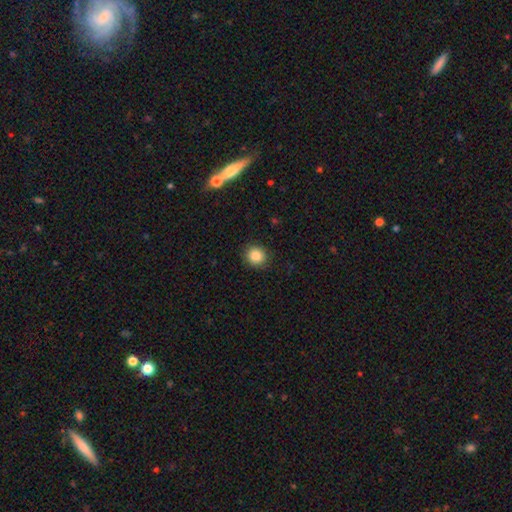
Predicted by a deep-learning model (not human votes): This appears to be a smooth galaxy with no disk features (85%) that is round (90%). Merging: none (91%).